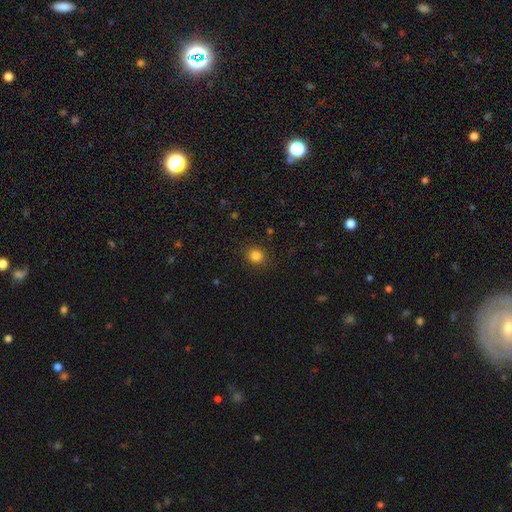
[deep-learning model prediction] Smooth or featured?
  - smooth: 83% *
  - star or artifact: 13%
  - featured or disk: 5%
How rounded?
  - round: 81% *
  - in between: 18%
  - cigar-shaped: 1%
Merging?
  - none: 89% *
  - minor disturbance: 8%
  - major disturbance: 3%
  - merger: 1%